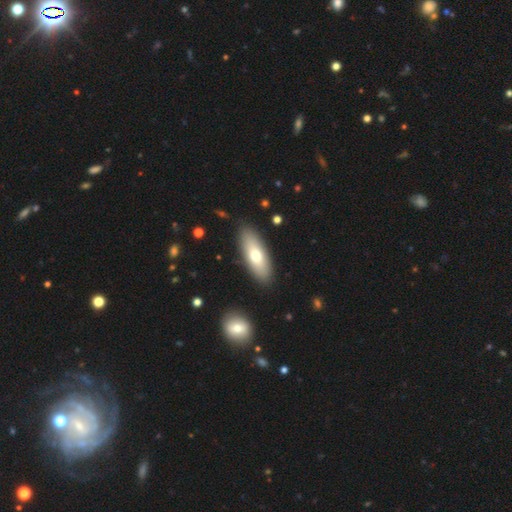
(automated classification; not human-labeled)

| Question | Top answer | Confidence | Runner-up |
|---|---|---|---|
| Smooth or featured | smooth | 67% | featured or disk (27%) |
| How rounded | in between | 71% | cigar-shaped (26%) |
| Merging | none | 87% | minor disturbance (9%) |